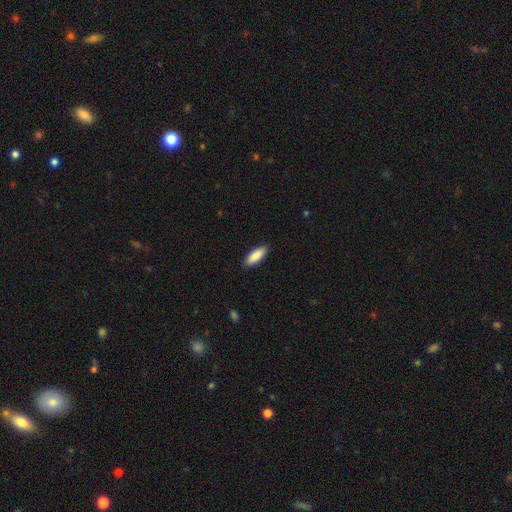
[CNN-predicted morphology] Q: Smooth or featured?
A: smooth (88%); runner-up: featured or disk (6%)
Q: How rounded?
A: in between (62%); runner-up: cigar-shaped (36%)
Q: Merging?
A: none (89%); runner-up: minor disturbance (8%)